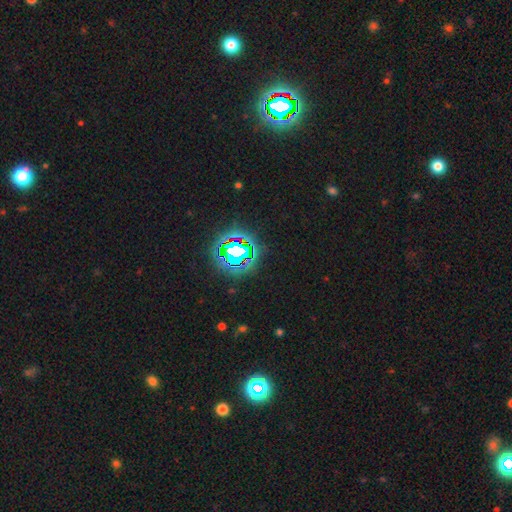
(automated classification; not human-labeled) A star or artifact, not a galaxy (84%).